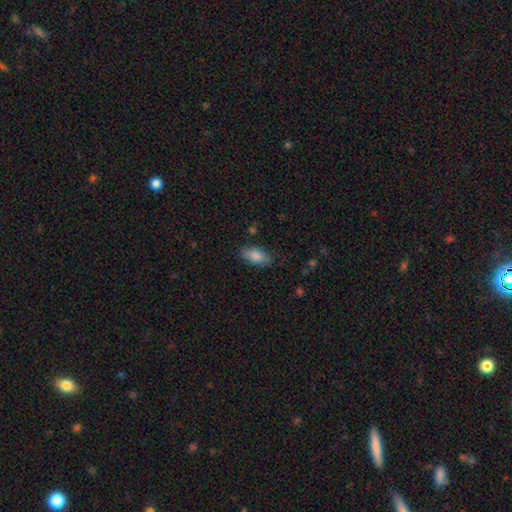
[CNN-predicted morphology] The model was most divided on "merging": none: 81%, minor disturbance: 14%, major disturbance: 3%, merger: 1%. More confident: how rounded — in between (91%); smooth or featured — smooth (87%).